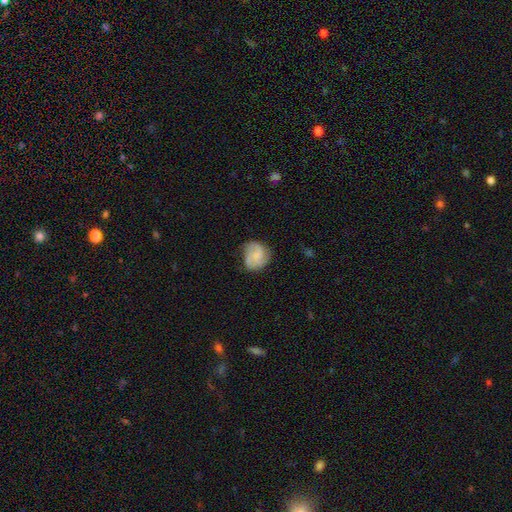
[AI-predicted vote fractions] Q: Smooth or featured?
A: smooth (50%); runner-up: featured or disk (43%)
Q: Merging?
A: none (60%); runner-up: minor disturbance (28%)